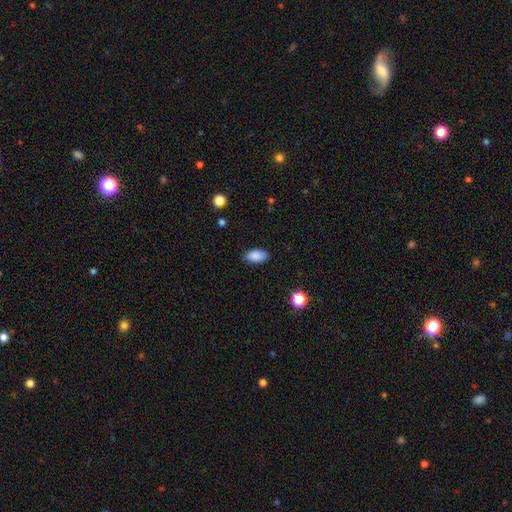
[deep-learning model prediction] The model was most divided on "merging": none: 87%, minor disturbance: 10%, major disturbance: 2%, merger: 1%. More confident: how rounded — in between (94%); smooth or featured — smooth (88%).